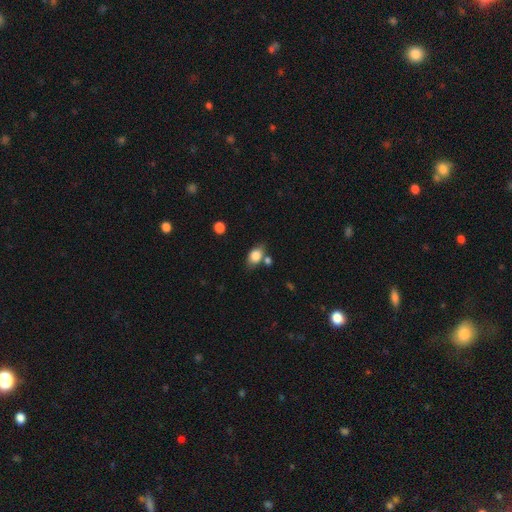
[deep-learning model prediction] Smooth or featured?
  - smooth: 83% *
  - featured or disk: 9%
  - star or artifact: 8%
How rounded?
  - in between: 80% *
  - round: 17%
  - cigar-shaped: 2%
Merging?
  - none: 66% *
  - minor disturbance: 17%
  - merger: 13%
  - major disturbance: 4%